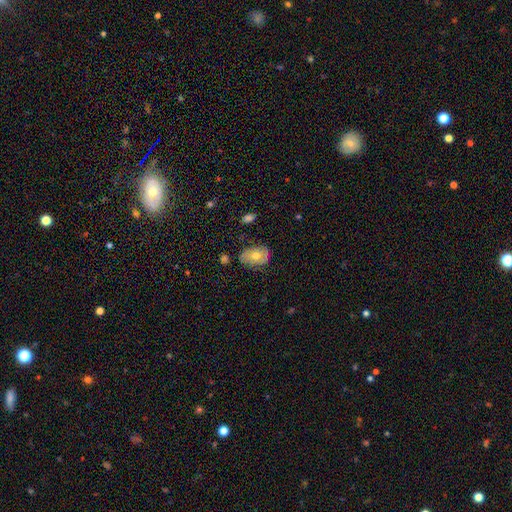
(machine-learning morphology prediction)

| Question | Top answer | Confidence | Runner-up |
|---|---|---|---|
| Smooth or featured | smooth | 55% | featured or disk (38%) |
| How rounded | in between | 77% | round (22%) |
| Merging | none | 69% | minor disturbance (23%) |